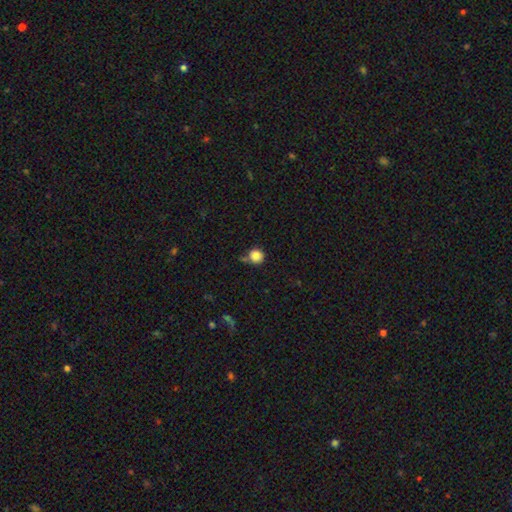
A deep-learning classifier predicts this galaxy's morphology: Smooth or featured? Predicted: smooth (p=0.86). How rounded? Predicted: round (p=0.92). Merging? Predicted: none (p=0.61).